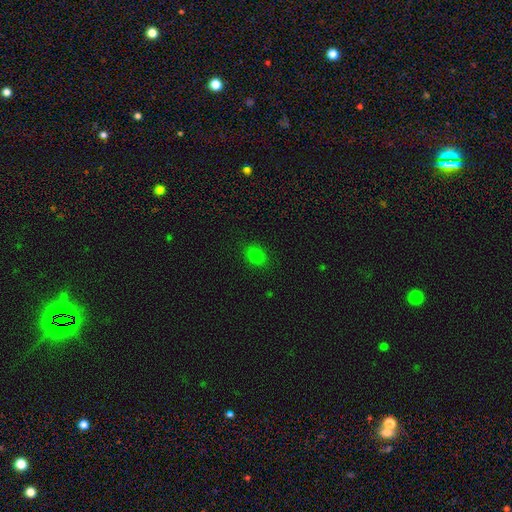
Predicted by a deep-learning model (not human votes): Q: Smooth or featured?
A: smooth (80%); runner-up: star or artifact (15%)
Q: How rounded?
A: in between (61%); runner-up: round (38%)
Q: Merging?
A: none (85%); runner-up: minor disturbance (11%)